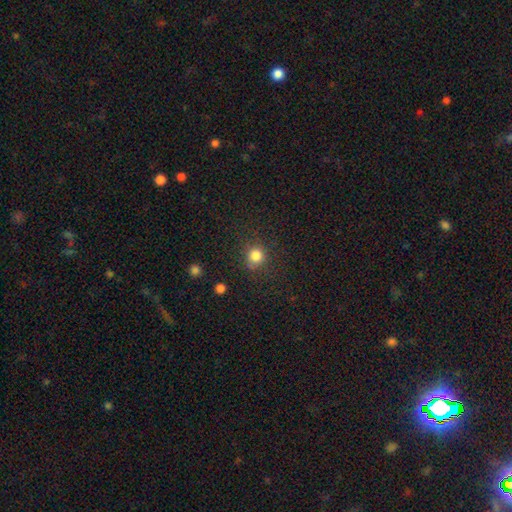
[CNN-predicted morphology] Q: Smooth or featured?
A: smooth (83%); runner-up: star or artifact (12%)
Q: How rounded?
A: round (91%); runner-up: in between (8%)
Q: Merging?
A: none (84%); runner-up: minor disturbance (10%)